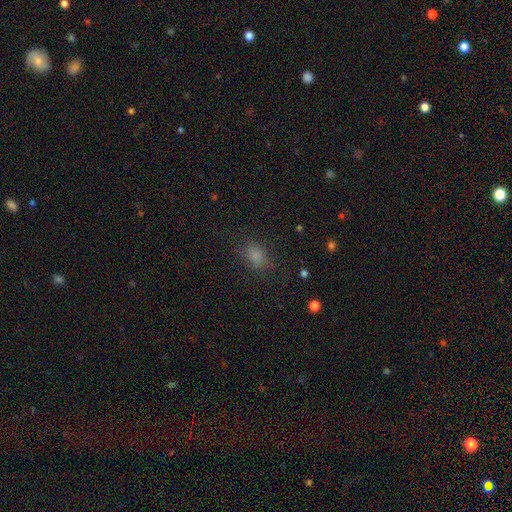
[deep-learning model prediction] The model was most divided on "how rounded": in between: 70%, round: 28%, cigar-shaped: 2%. More confident: smooth or featured — smooth (80%); merging — none (78%).